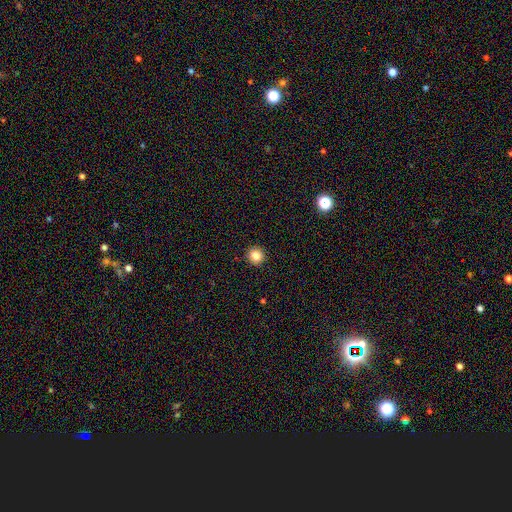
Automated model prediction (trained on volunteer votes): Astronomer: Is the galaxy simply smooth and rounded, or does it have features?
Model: smooth — 84%.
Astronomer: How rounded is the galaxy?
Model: round — 95%.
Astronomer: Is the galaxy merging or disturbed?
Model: none — 93%.